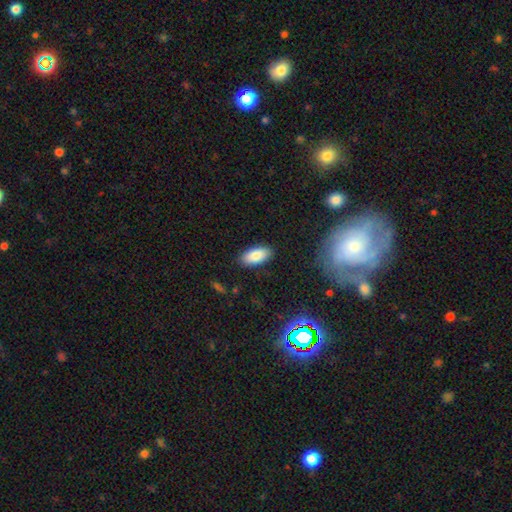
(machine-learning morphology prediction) smooth_or_featured: smooth (p=0.87) [alt: star or artifact p=0.07]
how_rounded: in between (p=0.93) [alt: cigar-shaped p=0.04]
merging: none (p=0.88) [alt: minor disturbance p=0.09]